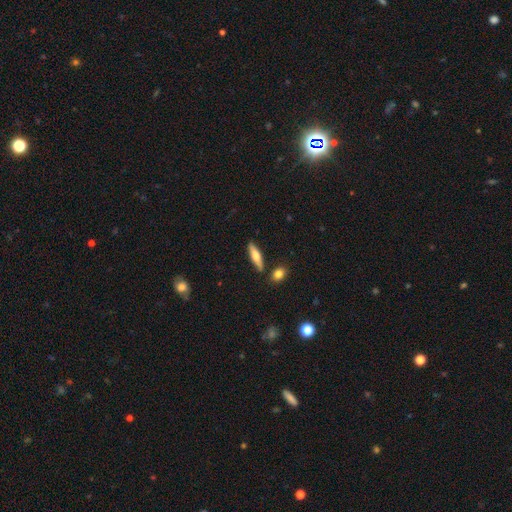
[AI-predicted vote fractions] Smooth or featured: smooth — 61% (featured or disk — 32%)
How rounded: cigar-shaped — 66% (in between — 32%)
Merging: none — 83% (minor disturbance — 10%)